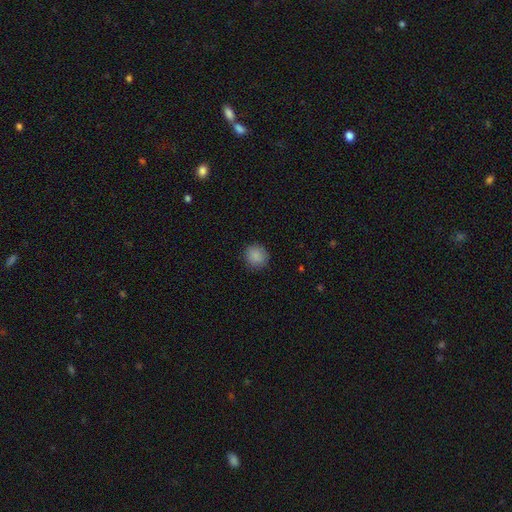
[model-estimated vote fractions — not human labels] Smooth or featured? smooth (87%)
How rounded? round (88%)
Merging? none (87%)